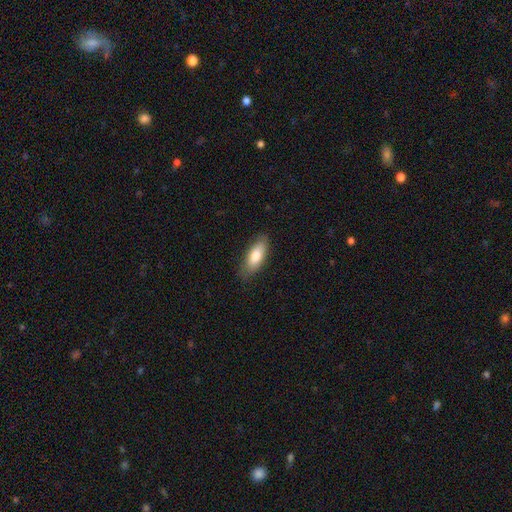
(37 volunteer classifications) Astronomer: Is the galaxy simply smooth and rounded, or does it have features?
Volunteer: smooth — 86%.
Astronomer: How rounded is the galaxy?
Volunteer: in between — 75%.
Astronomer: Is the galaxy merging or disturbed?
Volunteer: none — 81%.